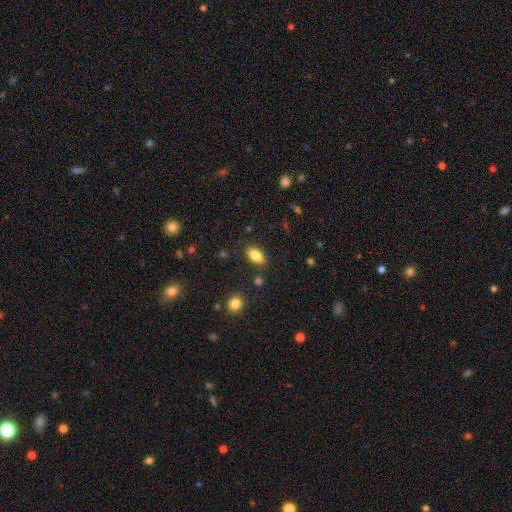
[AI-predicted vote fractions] Smooth or featured? Predicted: smooth (p=0.83). How rounded? Predicted: in between (p=0.90). Merging? Predicted: none (p=0.84).